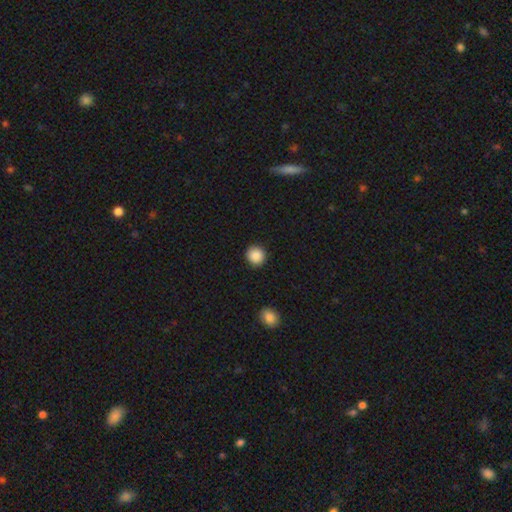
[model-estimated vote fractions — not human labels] This is clearly a smooth galaxy (89%). How rounded: clearly round (93%). Merging: clearly none (92%).